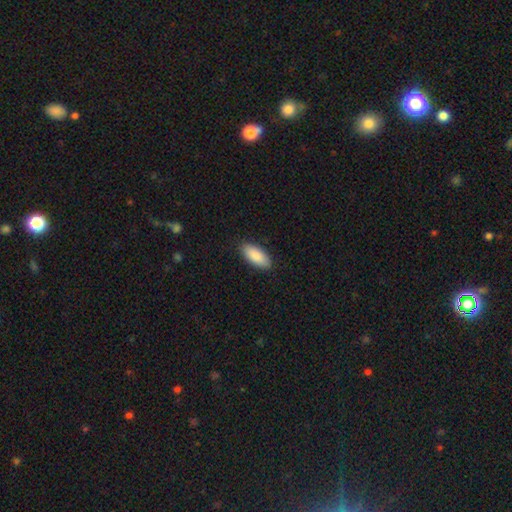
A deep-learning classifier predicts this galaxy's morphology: This is clearly a smooth galaxy (89%). How rounded: clearly in between (85%). Merging: clearly none (89%).